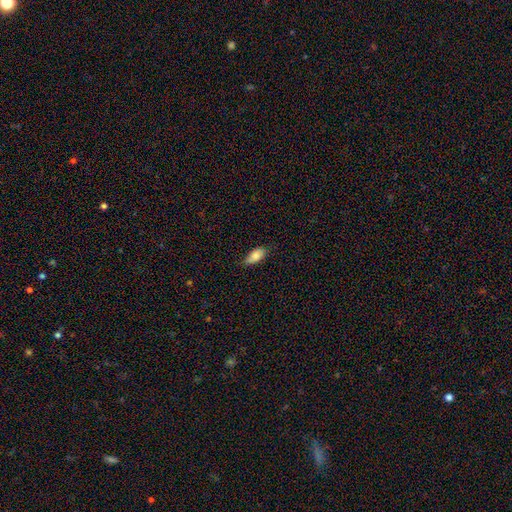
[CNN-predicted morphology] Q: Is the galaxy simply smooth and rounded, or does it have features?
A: smooth — 84%.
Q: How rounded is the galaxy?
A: in between — 90%.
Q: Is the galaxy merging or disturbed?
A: none — 70%.